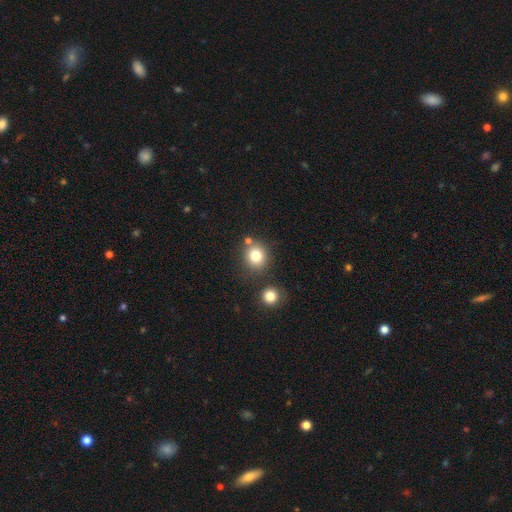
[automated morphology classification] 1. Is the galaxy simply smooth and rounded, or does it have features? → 80% smooth, 12% star or artifact, 8% featured or disk.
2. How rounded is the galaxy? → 86% round, 13% in between, 1% cigar-shaped.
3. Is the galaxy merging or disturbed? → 74% none, 13% merger, 10% minor disturbance, 3% major disturbance.